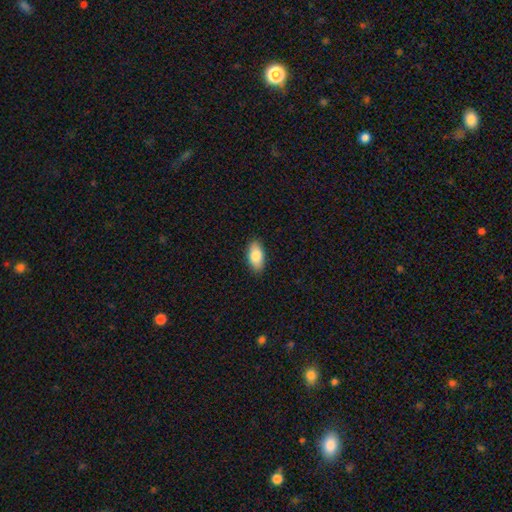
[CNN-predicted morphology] Smooth or featured? smooth (84%)
How rounded? in between (93%)
Merging? none (88%)